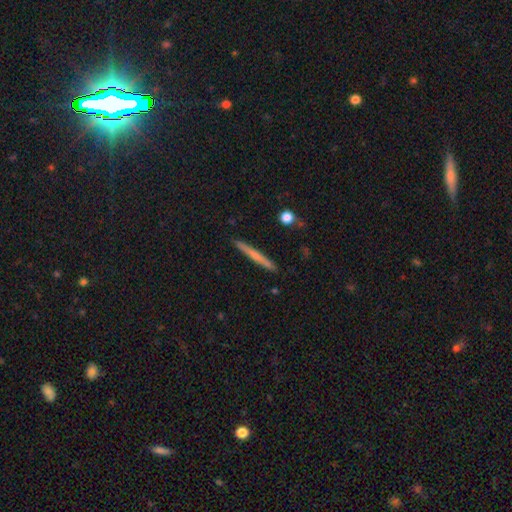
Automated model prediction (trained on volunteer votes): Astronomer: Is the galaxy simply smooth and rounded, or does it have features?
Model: smooth — 51% (runner-up: featured or disk, 43%).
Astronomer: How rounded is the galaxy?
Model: cigar-shaped — 96%.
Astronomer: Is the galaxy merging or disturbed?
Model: none — 90%.